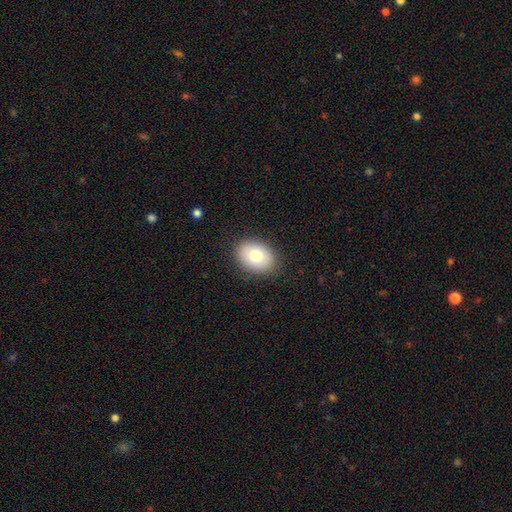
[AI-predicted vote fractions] smooth_or_featured: smooth (p=0.76) [alt: featured or disk p=0.16]
how_rounded: in between (p=0.70) [alt: round p=0.29]
merging: none (p=0.87) [alt: minor disturbance p=0.09]